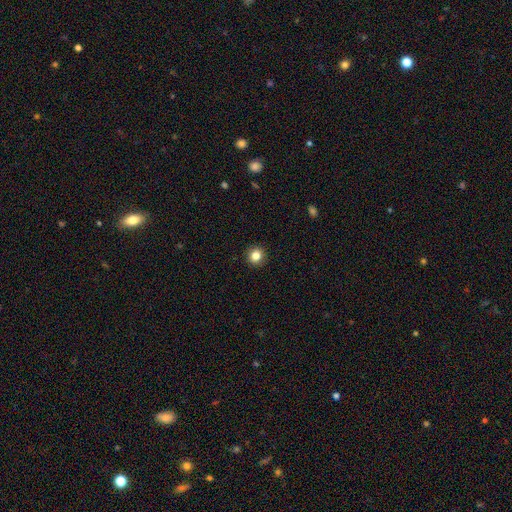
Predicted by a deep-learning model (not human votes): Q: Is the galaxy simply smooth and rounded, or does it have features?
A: smooth — 83%.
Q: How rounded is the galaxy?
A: round — 92%.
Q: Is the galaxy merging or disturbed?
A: none — 92%.